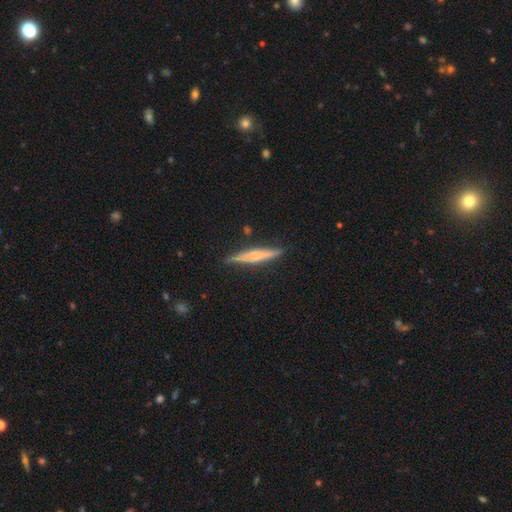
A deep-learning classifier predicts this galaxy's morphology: featured or disk 60%, smooth 34%, star or artifact 6%. Down the decision tree: edge-on disk — yes (96%); edge-on bulge — rounded (75%); merging — none (87%).